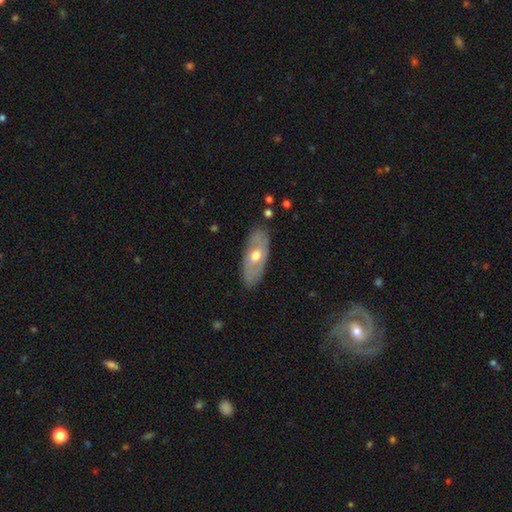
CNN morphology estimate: Smooth or featured: featured or disk — 55% (smooth — 38%)
Edge-on disk: no — 76% (yes — 24%)
Merging: none — 84% (minor disturbance — 12%)